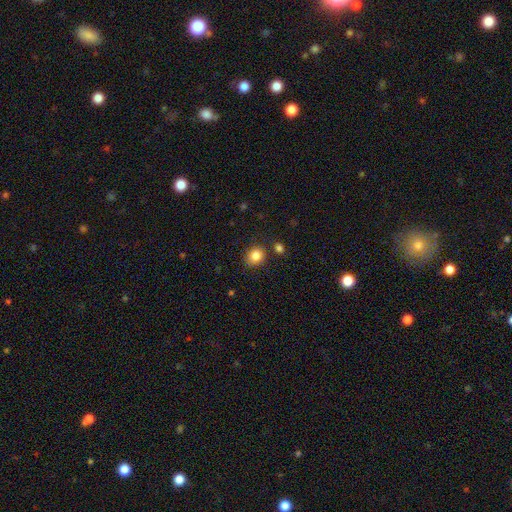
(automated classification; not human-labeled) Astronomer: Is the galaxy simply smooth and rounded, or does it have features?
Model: smooth — 84%.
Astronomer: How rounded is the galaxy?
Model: round — 63%.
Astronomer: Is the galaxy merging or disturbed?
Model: none — 81%.